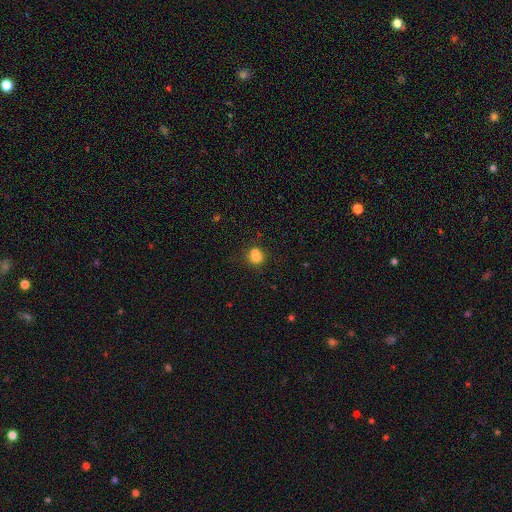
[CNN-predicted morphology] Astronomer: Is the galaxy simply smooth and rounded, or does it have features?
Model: smooth — 76%.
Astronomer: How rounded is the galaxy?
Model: round — 68%.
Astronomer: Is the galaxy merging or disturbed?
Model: none — 45% (runner-up: merger, 37%).